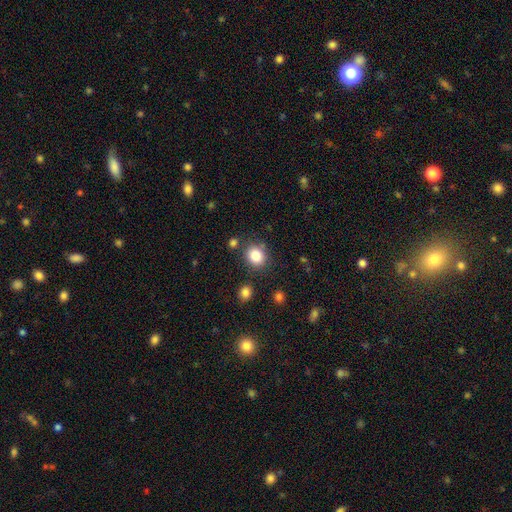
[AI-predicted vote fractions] Overall: smooth (85%). How rounded: round (75%). Merging: none (79%).